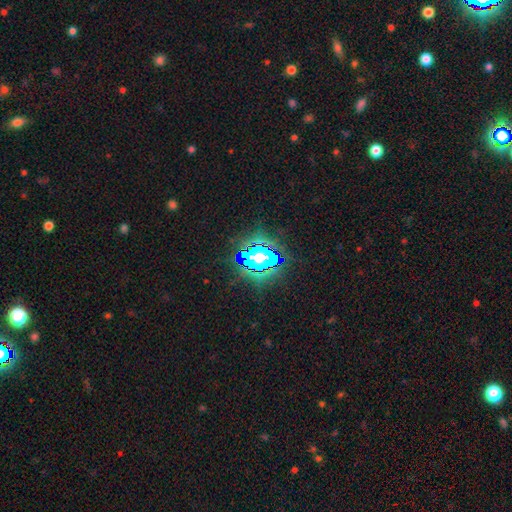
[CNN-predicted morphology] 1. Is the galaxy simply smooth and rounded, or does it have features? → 74% star or artifact, 15% smooth, 11% featured or disk.